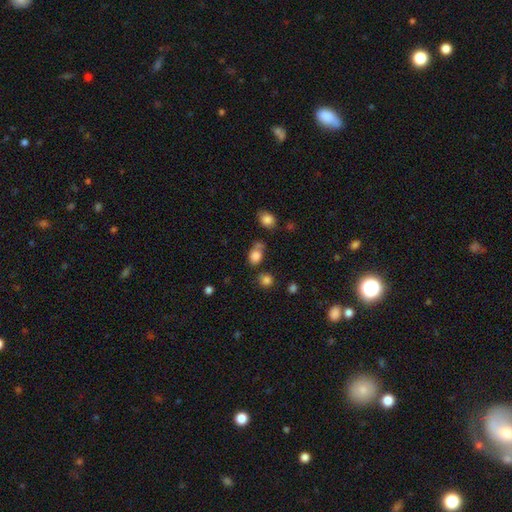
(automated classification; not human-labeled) Smooth or featured: smooth — 81% (star or artifact — 12%)
How rounded: in between — 63% (round — 35%)
Merging: none — 50% (minor disturbance — 21%)